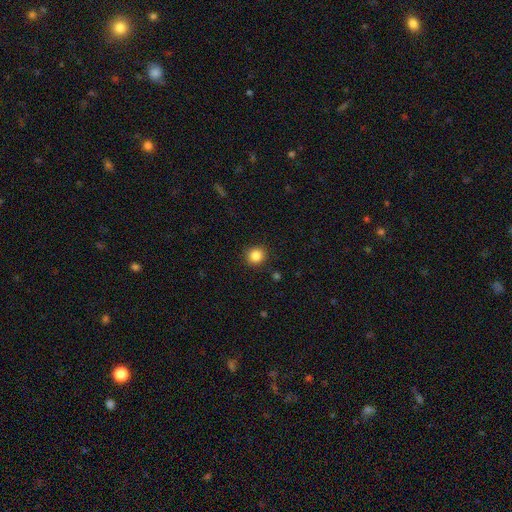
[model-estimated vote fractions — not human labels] smooth 85%, star or artifact 11%, featured or disk 4%. Down the decision tree: how rounded — round (91%); merging — none (90%).